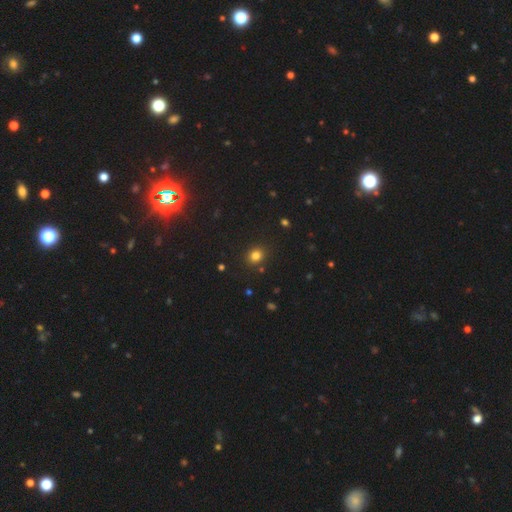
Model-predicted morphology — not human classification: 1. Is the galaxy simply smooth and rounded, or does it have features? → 80% smooth, 15% star or artifact, 5% featured or disk.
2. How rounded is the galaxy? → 75% round, 24% in between, 1% cigar-shaped.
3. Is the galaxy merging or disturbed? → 87% none, 8% minor disturbance, 3% merger, 2% major disturbance.